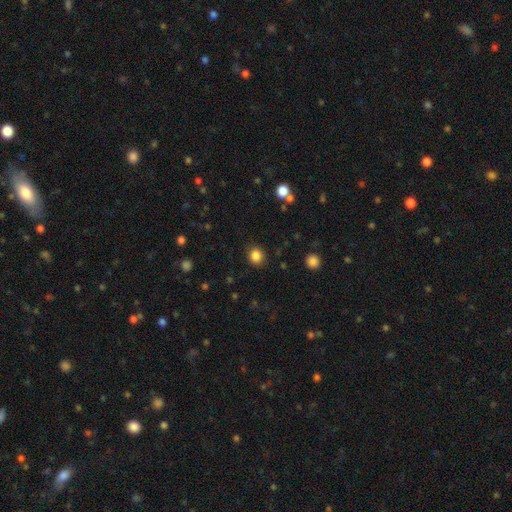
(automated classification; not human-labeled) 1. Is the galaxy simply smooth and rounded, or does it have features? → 85% smooth, 11% star or artifact, 4% featured or disk.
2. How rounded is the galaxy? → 73% round, 26% in between, 1% cigar-shaped.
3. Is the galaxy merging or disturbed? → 88% none, 8% minor disturbance, 3% major disturbance, 1% merger.